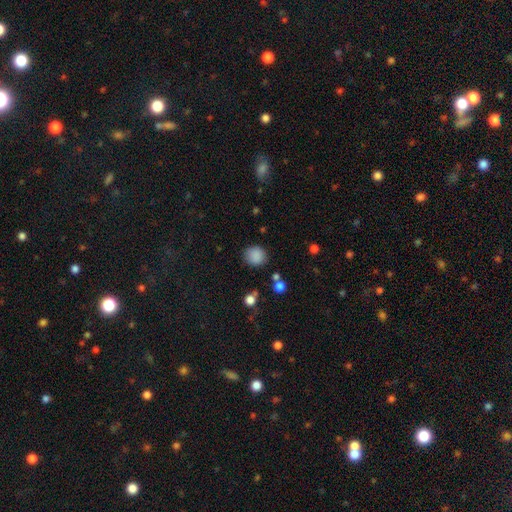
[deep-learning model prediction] Smooth or featured?
  - smooth: 85% *
  - star or artifact: 11%
  - featured or disk: 4%
How rounded?
  - round: 84% *
  - in between: 15%
  - cigar-shaped: 1%
Merging?
  - none: 83% *
  - minor disturbance: 11%
  - major disturbance: 4%
  - merger: 2%